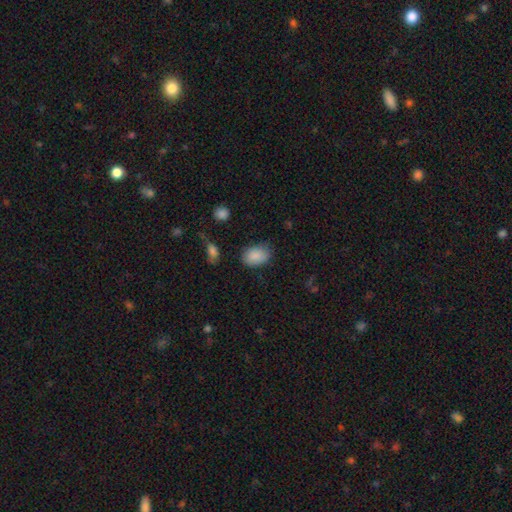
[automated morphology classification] Smooth or featured: smooth — 87% (star or artifact — 8%)
How rounded: in between — 82% (round — 17%)
Merging: none — 71% (minor disturbance — 22%)